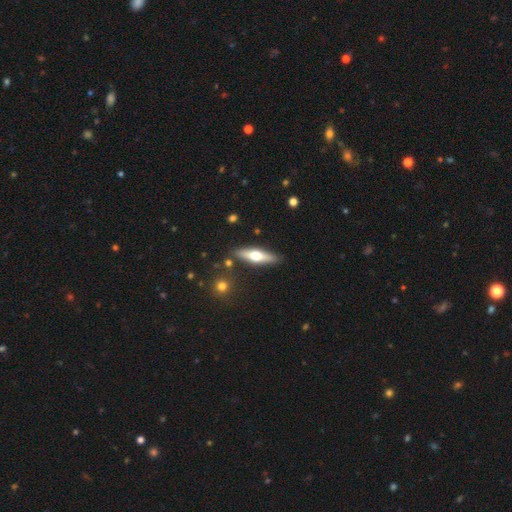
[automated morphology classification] Overall: featured or disk (52%; smooth 42%). Edge-on disk: yes (91%). Merging: none (86%).